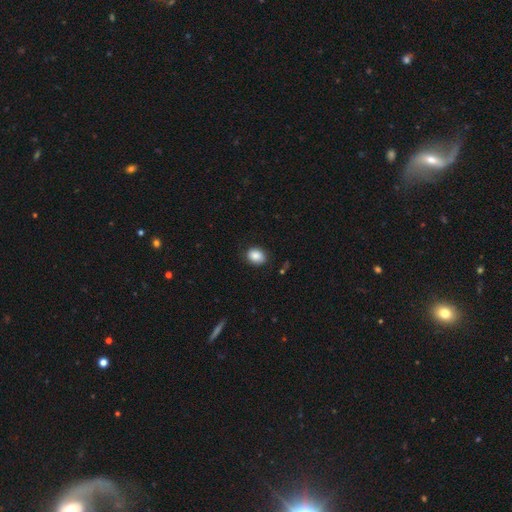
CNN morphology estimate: Overall: smooth (86%). How rounded: in between (52%; round 47%). Merging: none (84%).